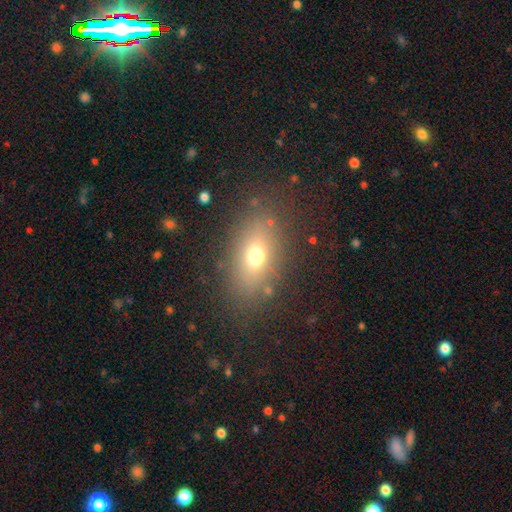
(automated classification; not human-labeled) A smooth galaxy with no disk features (68%) that is in between round and cigar-shaped (74%). Merging: none (82%).